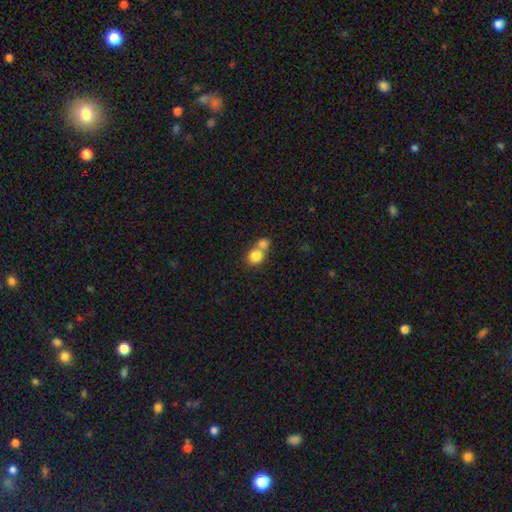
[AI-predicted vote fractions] smooth-or-featured: smooth: 81% | featured or disk: 10% | star or artifact: 9%
  how-rounded: round: 81% | in between: 18% | cigar-shaped: 1%
  merging: merger: 56% | none: 36% | minor disturbance: 5% | major disturbance: 2%